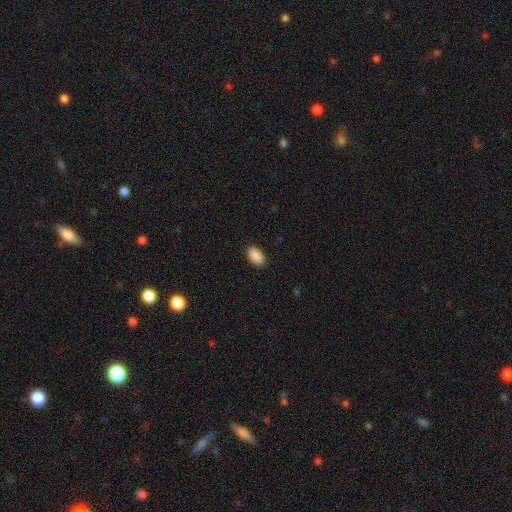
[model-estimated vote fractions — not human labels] Smooth or featured: smooth — 90% (star or artifact — 7%)
How rounded: in between — 94% (round — 4%)
Merging: none — 88% (minor disturbance — 9%)